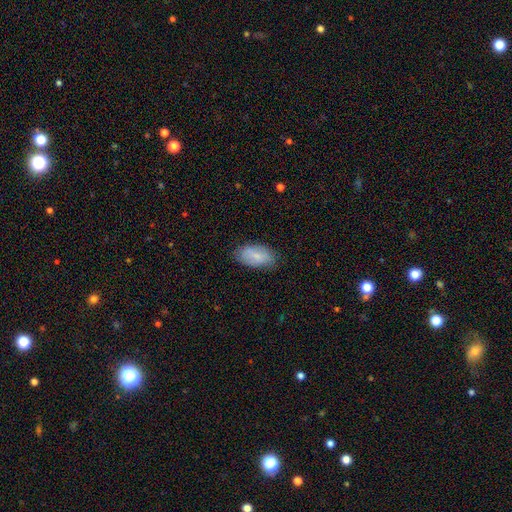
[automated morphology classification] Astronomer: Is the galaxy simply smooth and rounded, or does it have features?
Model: smooth — 77%.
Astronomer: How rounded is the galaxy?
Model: in between — 94%.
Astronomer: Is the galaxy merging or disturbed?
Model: none — 77%.